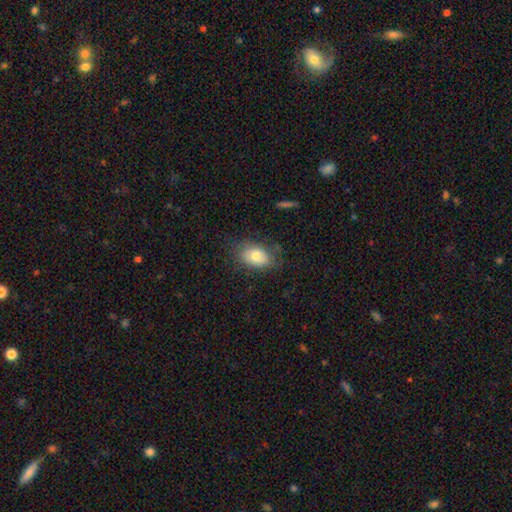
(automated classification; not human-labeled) The model was most divided on "smooth or featured": smooth: 73%, featured or disk: 18%, star or artifact: 9%. More confident: how rounded — in between (84%); merging — none (73%).